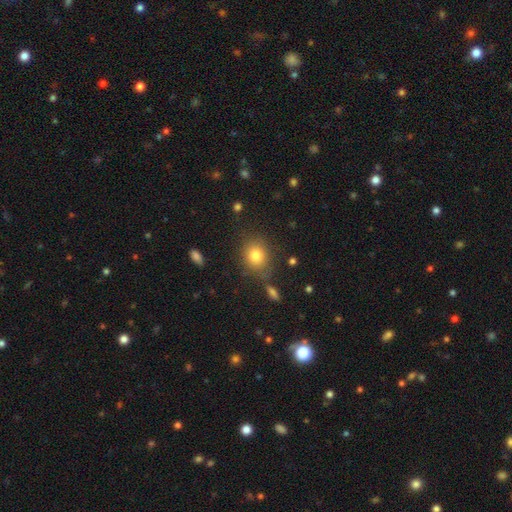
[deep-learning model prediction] Smooth or featured: smooth — 80% (star or artifact — 11%)
How rounded: round — 66% (in between — 33%)
Merging: none — 77% (minor disturbance — 13%)